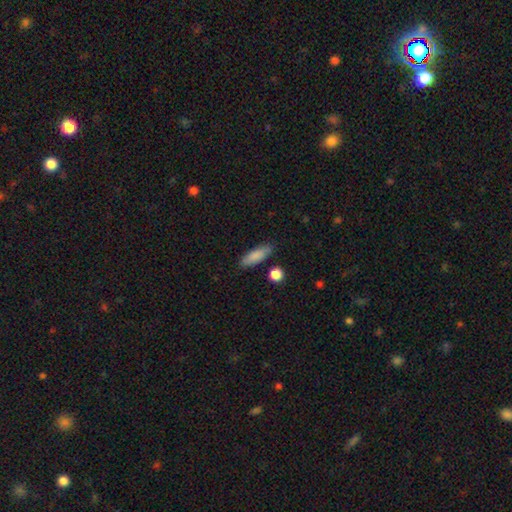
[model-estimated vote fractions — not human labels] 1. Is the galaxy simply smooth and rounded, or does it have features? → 84% smooth, 10% featured or disk, 7% star or artifact.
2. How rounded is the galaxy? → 51% in between, 47% cigar-shaped, 3% round.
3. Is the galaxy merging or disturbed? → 82% none, 12% minor disturbance, 3% merger, 3% major disturbance.